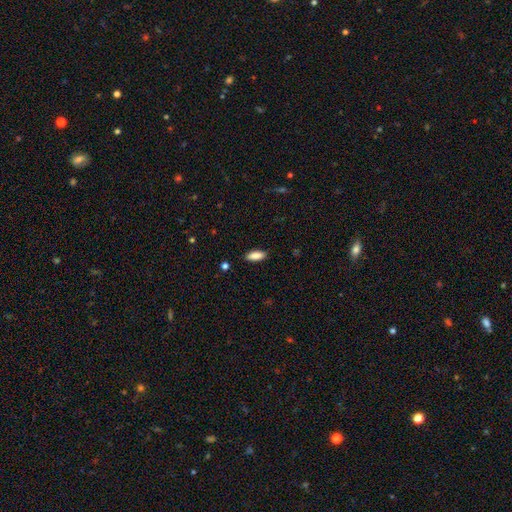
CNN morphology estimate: Q: Smooth or featured?
A: smooth (88%); runner-up: star or artifact (7%)
Q: How rounded?
A: in between (75%); runner-up: cigar-shaped (24%)
Q: Merging?
A: none (88%); runner-up: minor disturbance (9%)